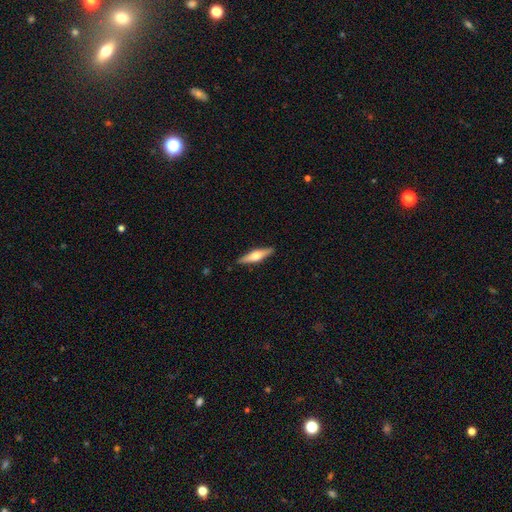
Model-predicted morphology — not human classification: A featured or disk galaxy (57%) viewed edge-on (96%) with a rounded central bulge (92%).

Vote fractions:
- Smooth or featured? featured or disk: 57% / smooth: 37% / star or artifact: 5%
- Edge-on disk? yes: 96% / no: 4%
- Edge-on bulge? rounded: 92% / boxy: 6% / none: 3%
- Merging? none: 90% / minor disturbance: 7% / major disturbance: 2% / merger: 1%